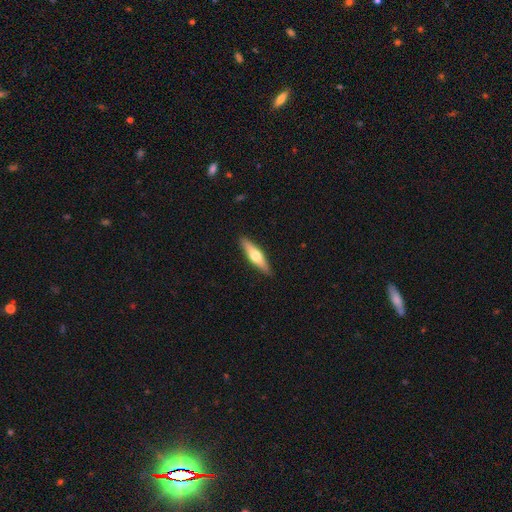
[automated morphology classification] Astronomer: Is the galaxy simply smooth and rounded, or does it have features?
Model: featured or disk — 50% (runner-up: smooth, 44%).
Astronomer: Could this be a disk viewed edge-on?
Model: yes — 93%.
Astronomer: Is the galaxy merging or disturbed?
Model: none — 90%.